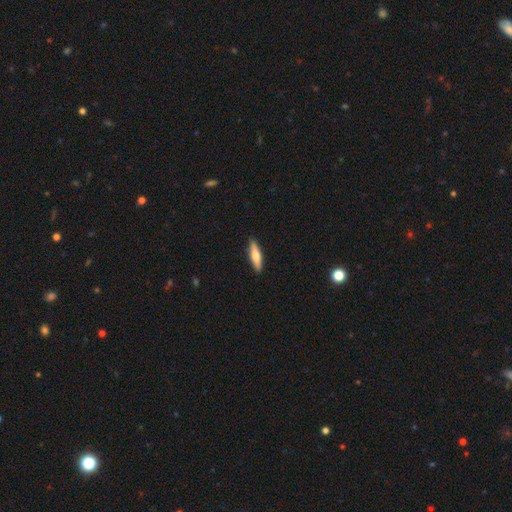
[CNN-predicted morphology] smooth-or-featured: smooth: 62% | featured or disk: 33% | star or artifact: 5%
  how-rounded: cigar-shaped: 71% | in between: 27% | round: 2%
  merging: none: 90% | minor disturbance: 7% | major disturbance: 1% | merger: 1%